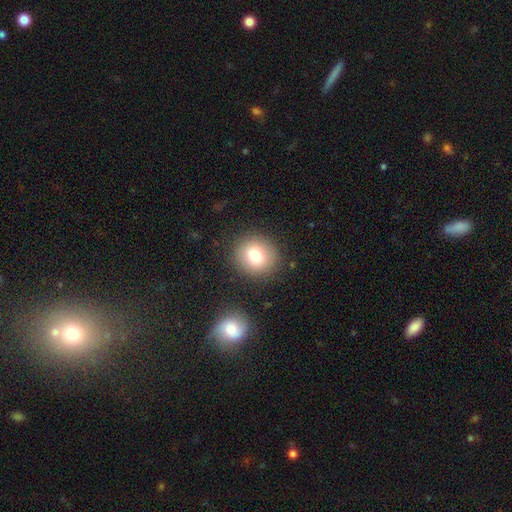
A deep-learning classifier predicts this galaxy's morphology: Overall: smooth (78%). How rounded: round (86%). Merging: none (87%).